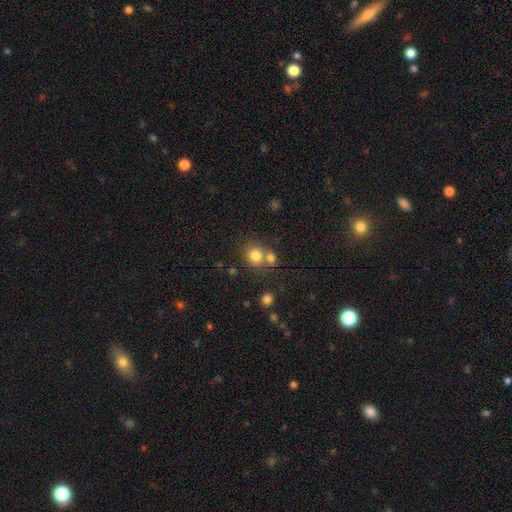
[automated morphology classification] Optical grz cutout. It shows a smooth galaxy with no disk features (80%) that is round (78%). Merging: none (54%).